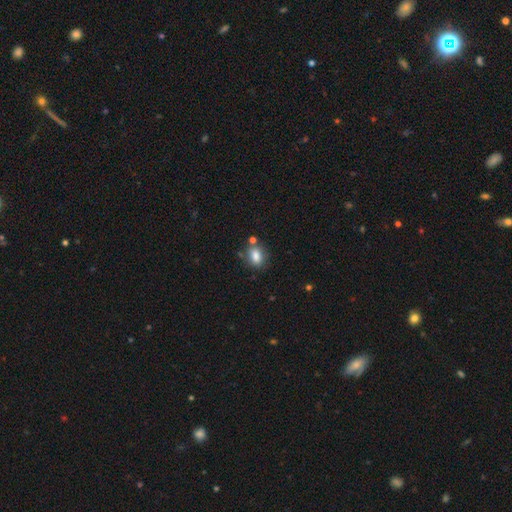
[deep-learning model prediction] The model was most divided on "how rounded": in between: 72%, round: 26%, cigar-shaped: 2%. More confident: smooth or featured — smooth (83%); merging — none (72%).